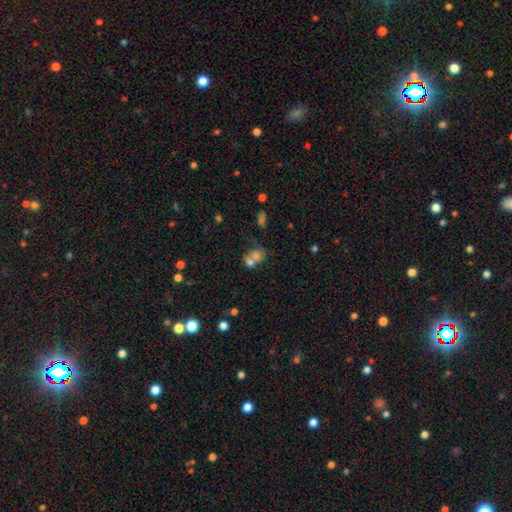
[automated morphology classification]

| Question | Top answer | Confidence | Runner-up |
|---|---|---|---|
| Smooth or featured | smooth | 62% | featured or disk (20%) |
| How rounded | in between | 51% | round (48%) |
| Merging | merger | 52% | none (29%) |